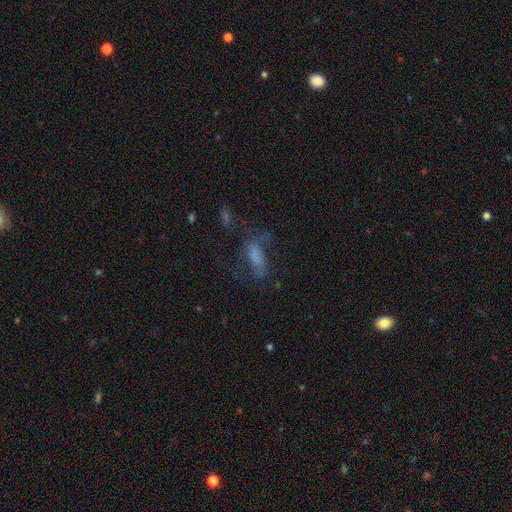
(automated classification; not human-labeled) featured or disk 42%, smooth 40%, star or artifact 18%. Down the decision tree: merging — none (41%).